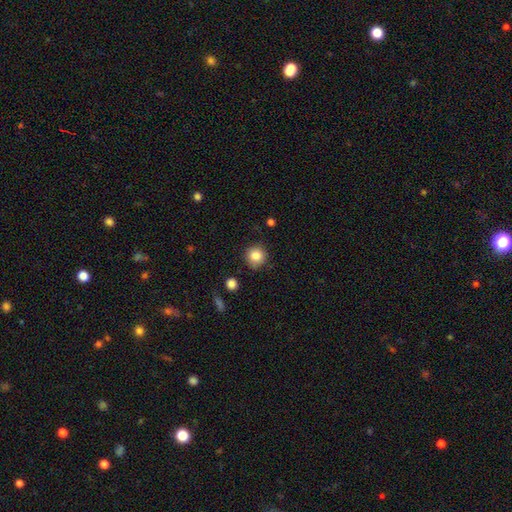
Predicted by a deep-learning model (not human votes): Morphology: type=smooth (84%); roundness=round (92%); merging=none (84%).